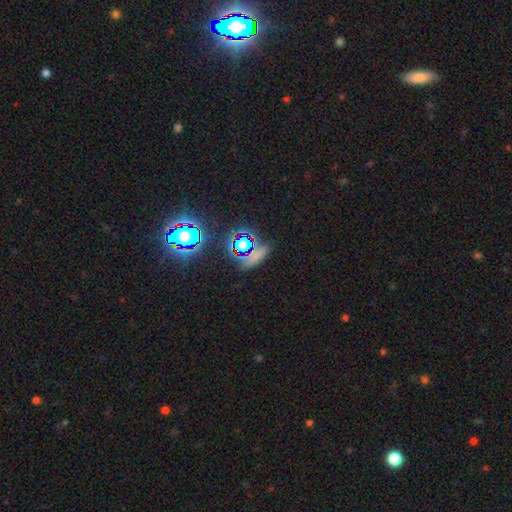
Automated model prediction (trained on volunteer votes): This appears to be a smooth galaxy with no disk features (47%). Merging: none (78%).